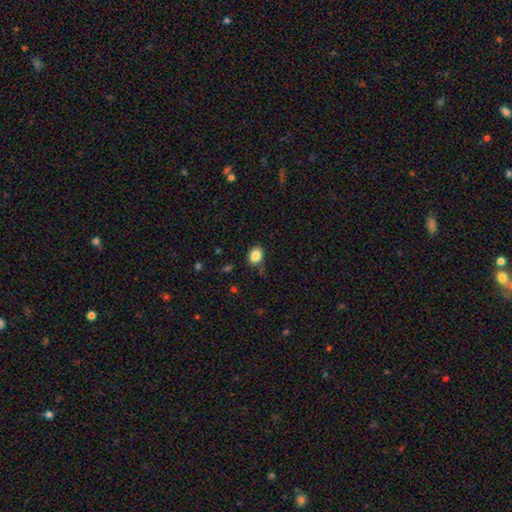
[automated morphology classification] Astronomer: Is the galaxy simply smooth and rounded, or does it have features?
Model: smooth — 85%.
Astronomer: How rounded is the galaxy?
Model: in between — 53% (runner-up: round, 46%).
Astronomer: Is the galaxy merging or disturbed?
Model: none — 77%.